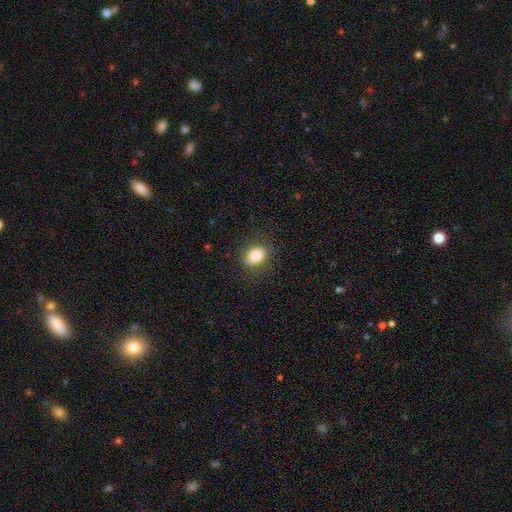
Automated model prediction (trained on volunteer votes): This appears to be a smooth galaxy with no disk features (80%) that is in between round and cigar-shaped (57%). Merging: none (85%).